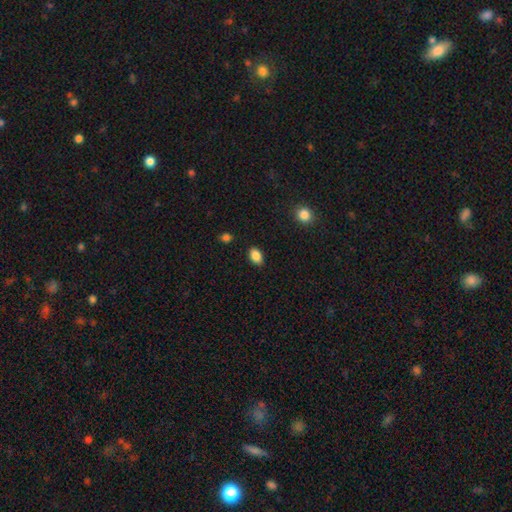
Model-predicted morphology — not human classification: Smooth or featured?
  - smooth: 87% *
  - star or artifact: 9%
  - featured or disk: 4%
How rounded?
  - in between: 85% *
  - round: 13%
  - cigar-shaped: 1%
Merging?
  - none: 87% *
  - minor disturbance: 9%
  - major disturbance: 2%
  - merger: 1%